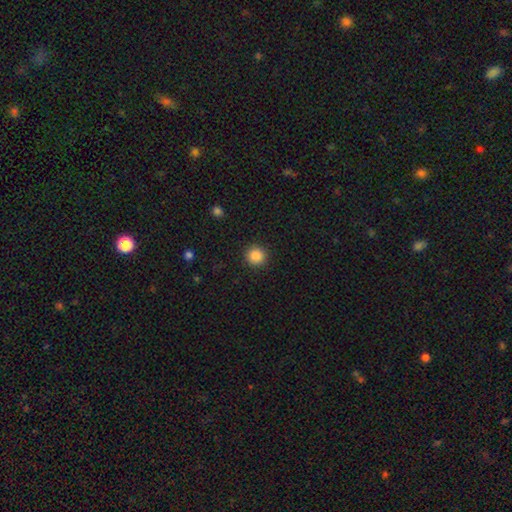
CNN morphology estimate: The model was most divided on "smooth or featured": smooth: 87%, star or artifact: 10%, featured or disk: 3%. More confident: how rounded — round (94%); merging — none (92%).